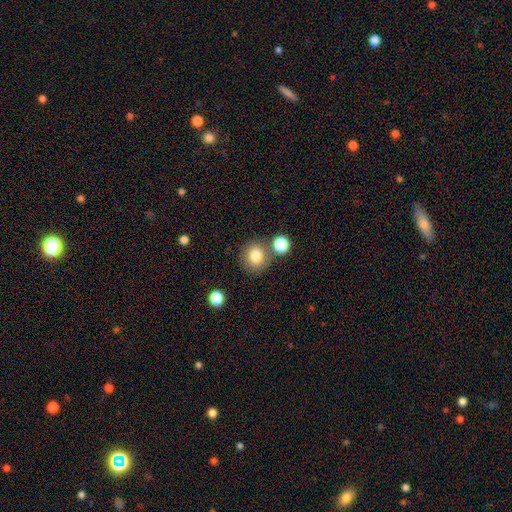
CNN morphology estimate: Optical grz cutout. It shows a smooth galaxy with no disk features (82%) that is round (85%). Merging: none (69%).